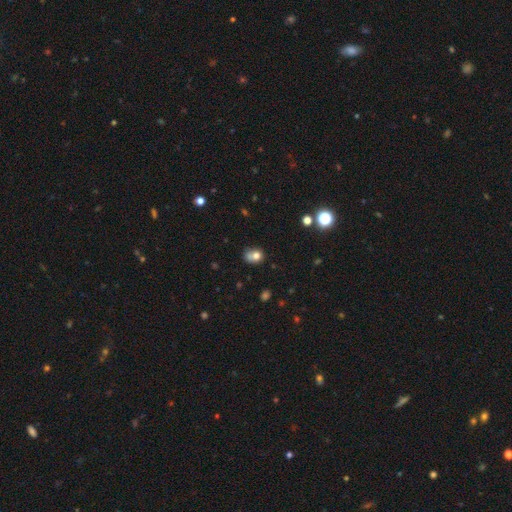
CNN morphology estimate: type=smooth (74%); roundness=round (55%); merging=none (42%).